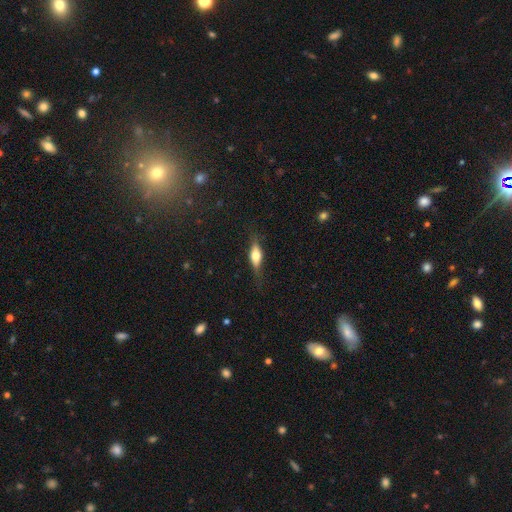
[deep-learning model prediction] smooth-or-featured: smooth: 52% | featured or disk: 41% | star or artifact: 7%
  how-rounded: in between: 58% | cigar-shaped: 38% | round: 5%
  merging: none: 75% | minor disturbance: 18% | major disturbance: 6% | merger: 1%